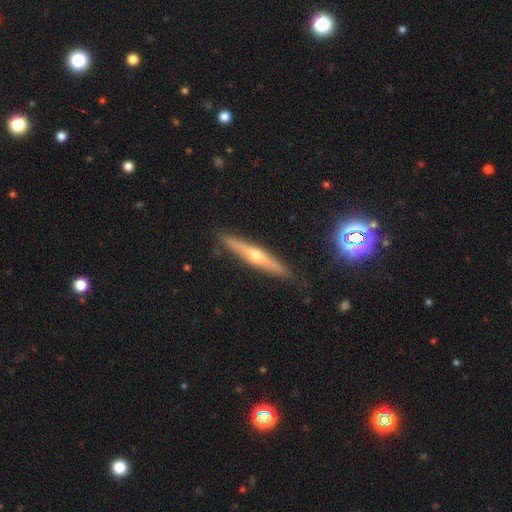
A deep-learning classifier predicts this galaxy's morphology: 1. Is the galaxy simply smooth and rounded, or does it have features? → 65% featured or disk, 28% smooth, 8% star or artifact.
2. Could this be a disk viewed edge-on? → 95% yes, 5% no.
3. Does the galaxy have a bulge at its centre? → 88% rounded, 9% none, 3% boxy.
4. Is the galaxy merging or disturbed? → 87% none, 9% minor disturbance, 2% major disturbance, 1% merger.